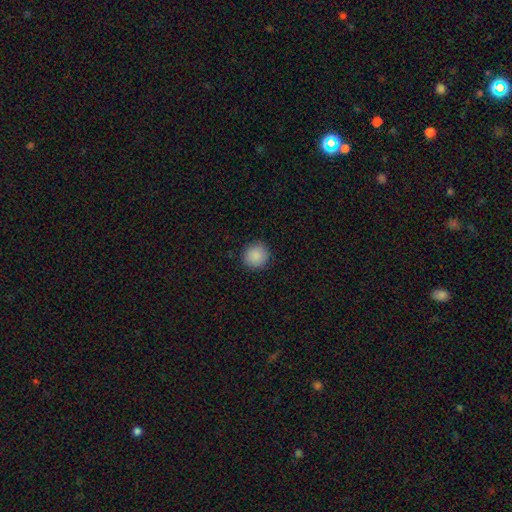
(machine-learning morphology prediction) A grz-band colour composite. It shows a smooth galaxy with no disk features (89%) that is round (93%). Merging: none (90%).